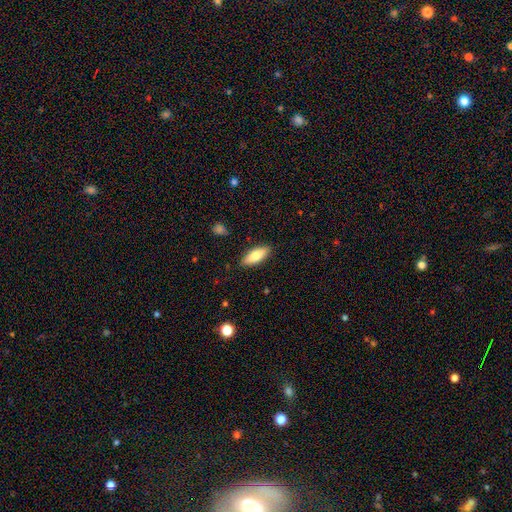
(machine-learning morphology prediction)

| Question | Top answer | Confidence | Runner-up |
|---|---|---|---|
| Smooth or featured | smooth | 79% | featured or disk (15%) |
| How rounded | in between | 74% | cigar-shaped (24%) |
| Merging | none | 87% | minor disturbance (9%) |